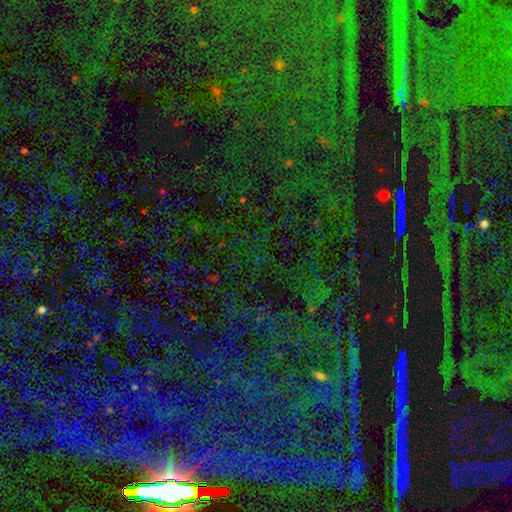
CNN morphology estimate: smooth-or-featured: star or artifact: 80% | smooth: 11% | featured or disk: 9%